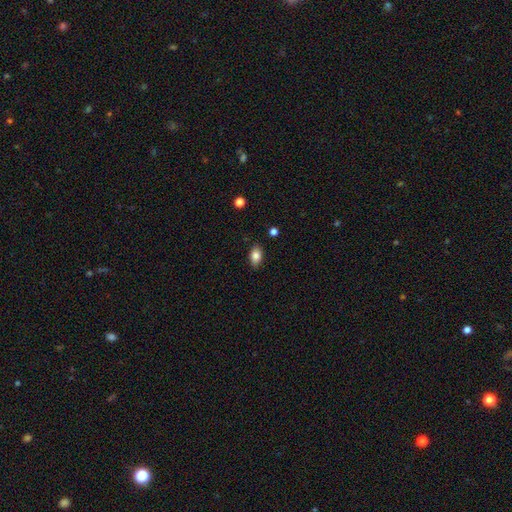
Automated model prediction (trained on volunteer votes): Morphology: type=smooth (83%); roundness=in between (87%); merging=none (86%).